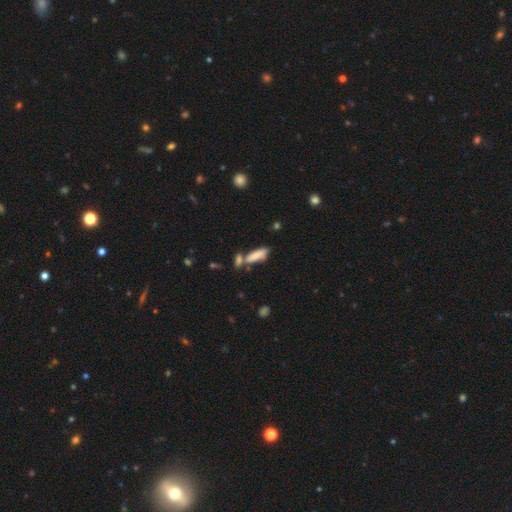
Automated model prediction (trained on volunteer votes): This is clearly a smooth galaxy (80%). How rounded: possibly in between (53%). Merging: possibly none (46%).